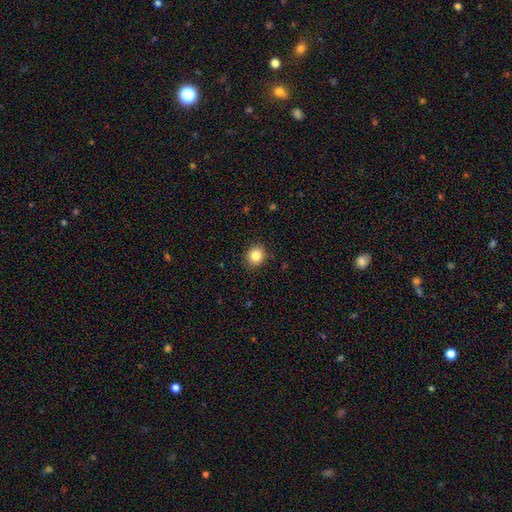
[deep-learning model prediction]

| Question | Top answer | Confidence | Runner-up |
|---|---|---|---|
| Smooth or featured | smooth | 84% | star or artifact (10%) |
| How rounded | round | 83% | in between (16%) |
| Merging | none | 91% | minor disturbance (7%) |